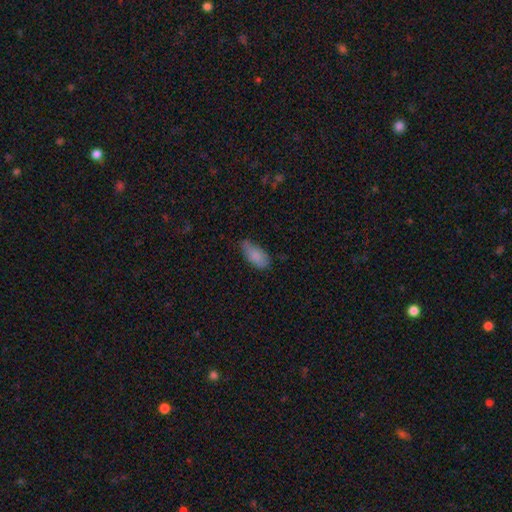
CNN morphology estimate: The model was most divided on "merging": none: 55%, minor disturbance: 36%, major disturbance: 7%, merger: 2%. More confident: how rounded — in between (89%); smooth or featured — smooth (84%).